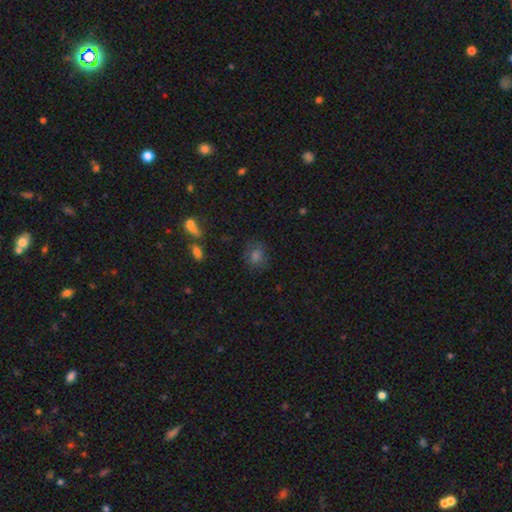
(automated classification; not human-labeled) A smooth galaxy with no disk features (64%) that is round (71%).

Vote fractions:
- Smooth or featured? smooth: 64% / star or artifact: 22% / featured or disk: 13%
- How rounded? round: 71% / in between: 28% / cigar-shaped: 2%
- Merging? none: 79% / minor disturbance: 14% / major disturbance: 5% / merger: 3%